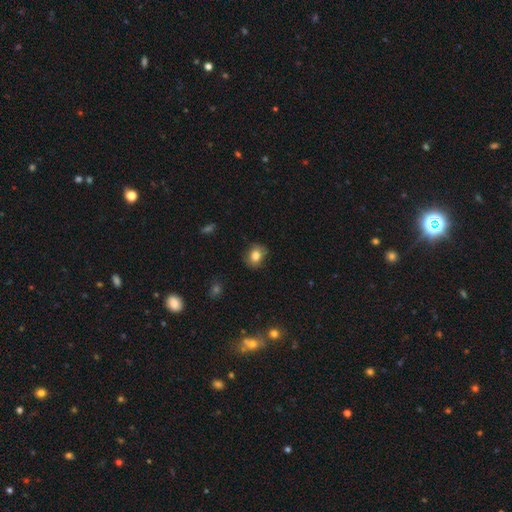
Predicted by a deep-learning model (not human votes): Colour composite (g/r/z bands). It shows a smooth galaxy with no disk features (81%) that is round (58%). Merging: none (78%).